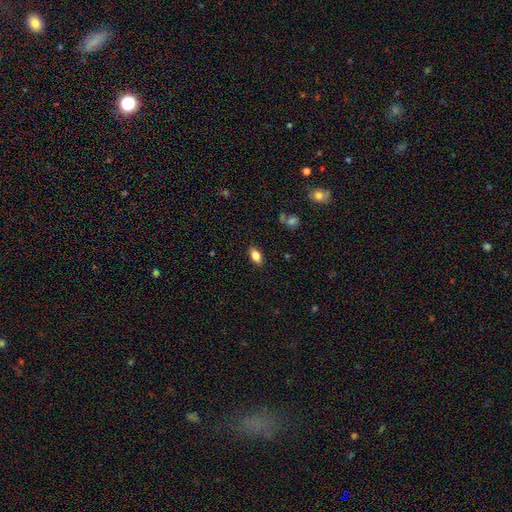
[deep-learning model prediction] This is clearly a smooth galaxy (85%). How rounded: clearly in between (90%). Merging: clearly none (87%).